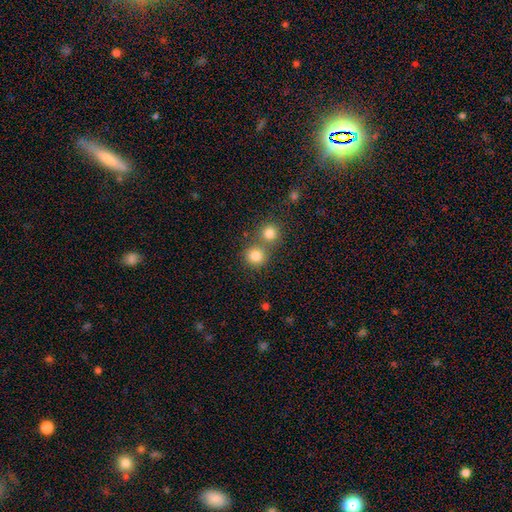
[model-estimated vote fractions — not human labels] Overall: smooth (82%). How rounded: round (90%). Merging: none (60%; merger 32%).